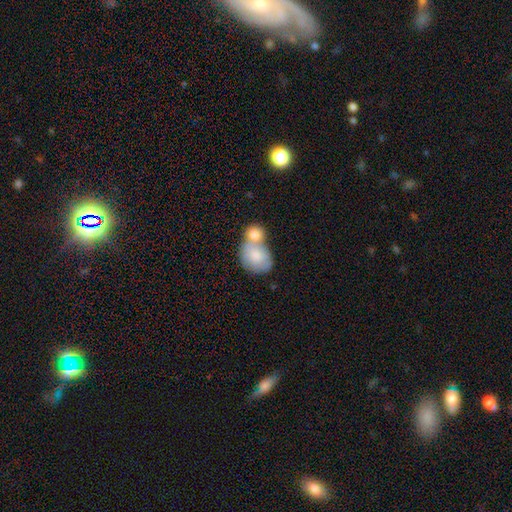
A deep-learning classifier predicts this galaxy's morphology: Smooth or featured: smooth — 76% (featured or disk — 18%)
How rounded: in between — 56% (round — 42%)
Merging: merger — 65% (none — 21%)